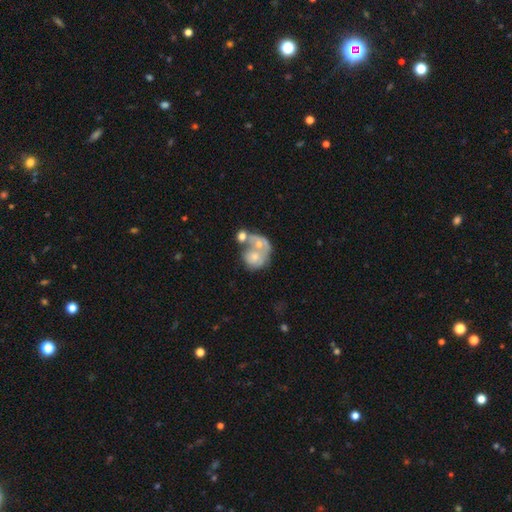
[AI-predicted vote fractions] smooth_or_featured: featured or disk (p=0.47) [alt: smooth p=0.45]
merging: merger (p=0.62) [alt: none p=0.16]